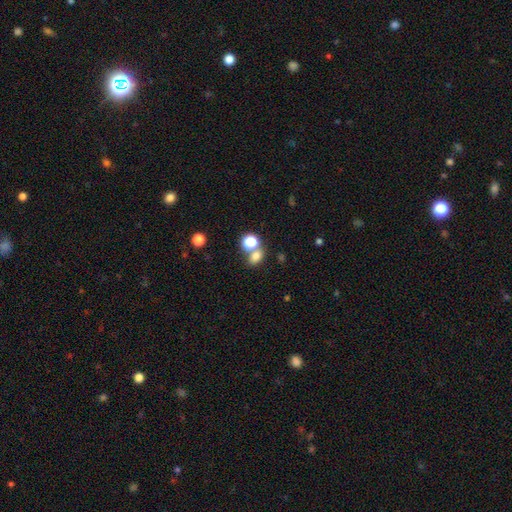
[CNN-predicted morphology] This appears to be a smooth galaxy with no disk features (74%) that is in between round and cigar-shaped (59%). Merging: none (55%).